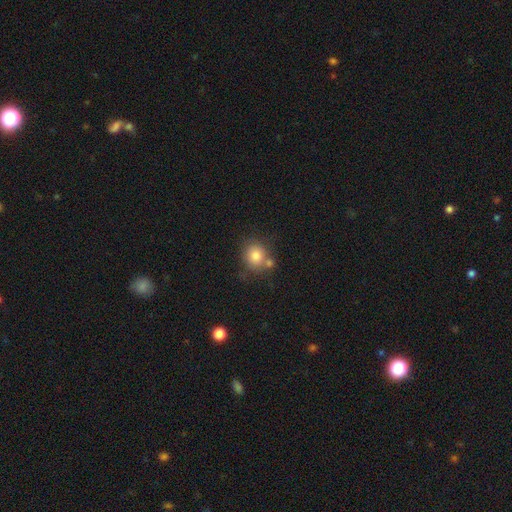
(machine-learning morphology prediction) Q: Smooth or featured?
A: smooth (82%); runner-up: star or artifact (9%)
Q: How rounded?
A: round (79%); runner-up: in between (20%)
Q: Merging?
A: none (60%); runner-up: merger (21%)